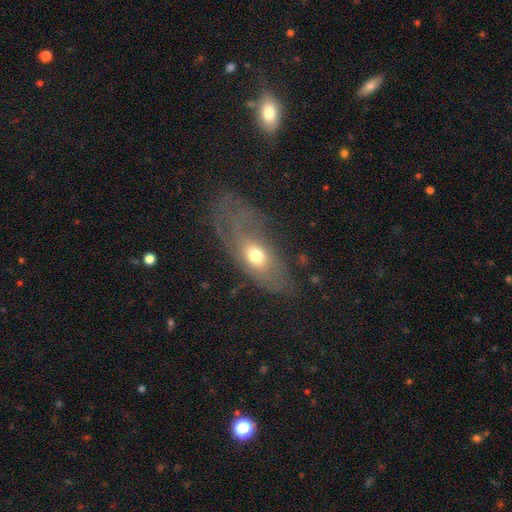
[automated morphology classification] Smooth or featured? Predicted: featured or disk (p=0.46). Merging? Predicted: none (p=0.52).